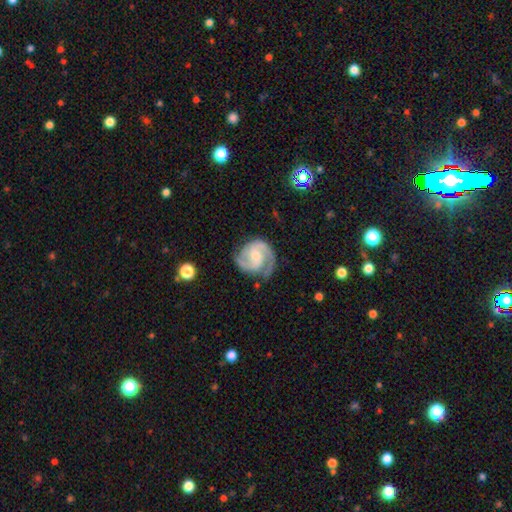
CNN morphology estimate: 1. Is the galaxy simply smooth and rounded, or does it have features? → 89% featured or disk, 6% smooth, 4% star or artifact.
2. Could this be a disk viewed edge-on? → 98% no, 2% yes.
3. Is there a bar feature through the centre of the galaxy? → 48% no, 42% weak, 10% strong.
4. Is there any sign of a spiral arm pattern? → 98% yes, 2% no.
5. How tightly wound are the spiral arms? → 51% medium, 40% tight, 9% loose.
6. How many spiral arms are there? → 86% 2, 6% 3, 3% can't tell, 2% 1, 1% 4, 1% more than 4.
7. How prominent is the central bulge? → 52% small, 37% moderate, 8% none, 3% large, 1% dominant.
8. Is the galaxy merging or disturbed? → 75% none, 17% minor disturbance, 6% major disturbance, 2% merger.